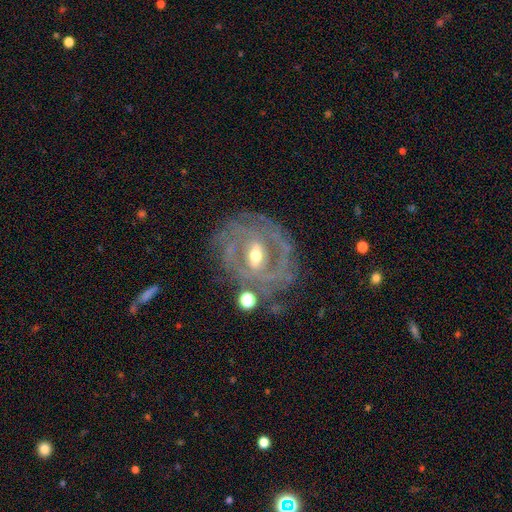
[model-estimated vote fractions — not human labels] Morphology: type=featured or disk (86%); edge-on=no (95%); bar=weak (44%); spiral arms=yes (84%); winding=tight (60%); arm count=can't tell (34%); bulge=moderate (66%); merging=none (67%).